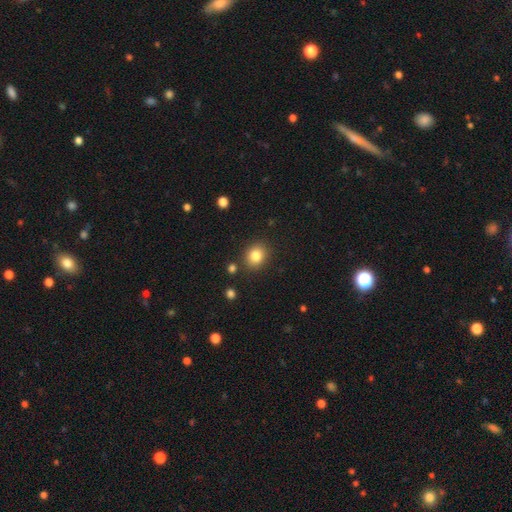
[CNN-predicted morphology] Q: Smooth or featured?
A: smooth (83%); runner-up: star or artifact (11%)
Q: How rounded?
A: round (68%); runner-up: in between (31%)
Q: Merging?
A: none (85%); runner-up: minor disturbance (9%)